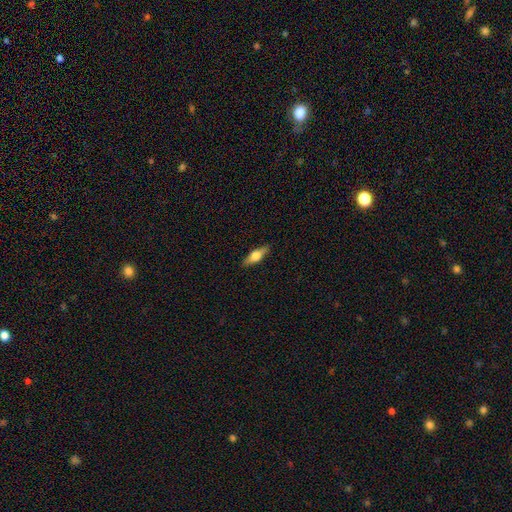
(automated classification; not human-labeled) This appears to be a smooth galaxy with no disk features (48%). Merging: none (88%).